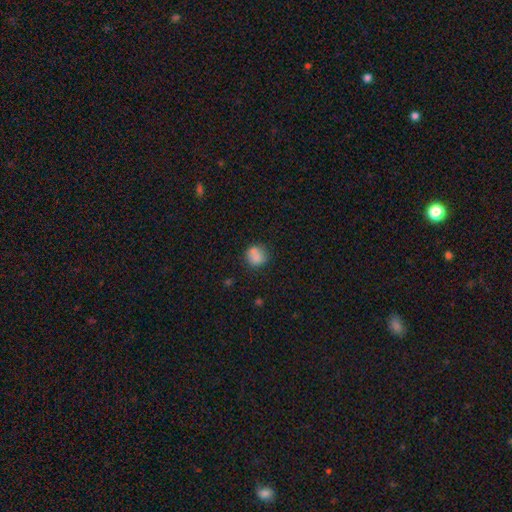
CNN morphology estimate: smooth_or_featured: smooth (p=0.81) [alt: star or artifact p=0.10]
how_rounded: round (p=0.82) [alt: in between p=0.17]
merging: none (p=0.64) [alt: minor disturbance p=0.17]